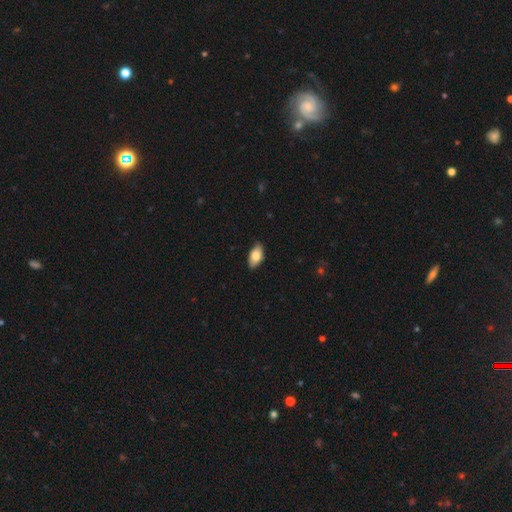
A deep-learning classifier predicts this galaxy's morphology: This is likely a smooth galaxy (79%). How rounded: clearly in between (92%). Merging: clearly none (84%).